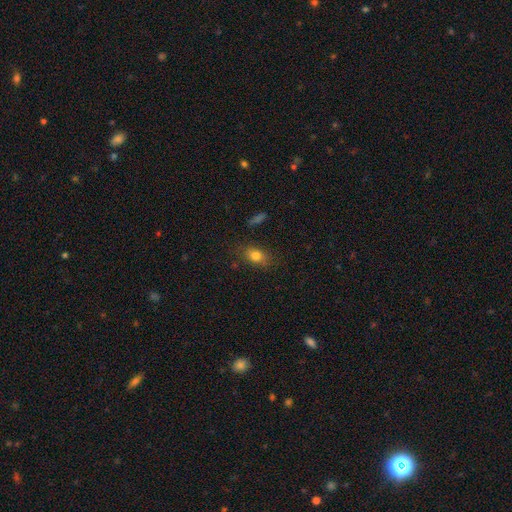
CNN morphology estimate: Smooth or featured?
  - smooth: 78% *
  - star or artifact: 11%
  - featured or disk: 10%
How rounded?
  - in between: 71% *
  - round: 25%
  - cigar-shaped: 4%
Merging?
  - none: 79% *
  - minor disturbance: 15%
  - major disturbance: 4%
  - merger: 2%